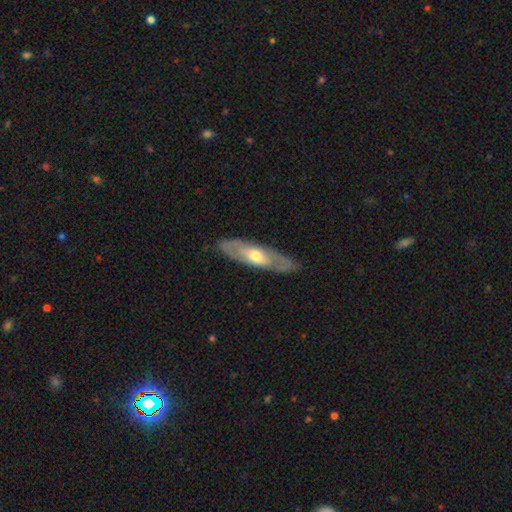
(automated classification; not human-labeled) featured or disk 60%, smooth 36%, star or artifact 5%. Down the decision tree: edge-on disk — no (64%); merging — none (83%).